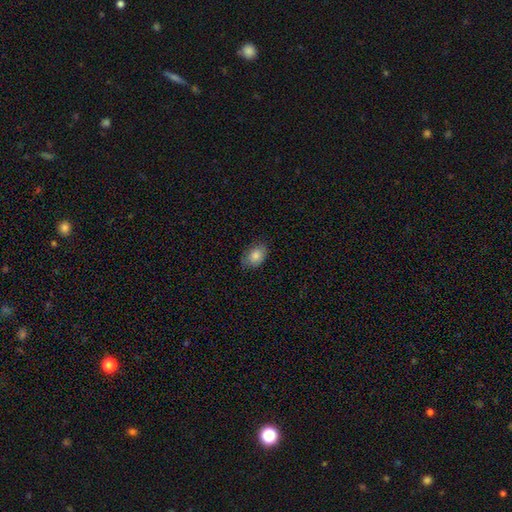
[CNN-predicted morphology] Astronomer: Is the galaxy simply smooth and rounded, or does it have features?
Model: smooth — 83%.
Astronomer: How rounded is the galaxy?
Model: in between — 82%.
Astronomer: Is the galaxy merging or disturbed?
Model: none — 74%.